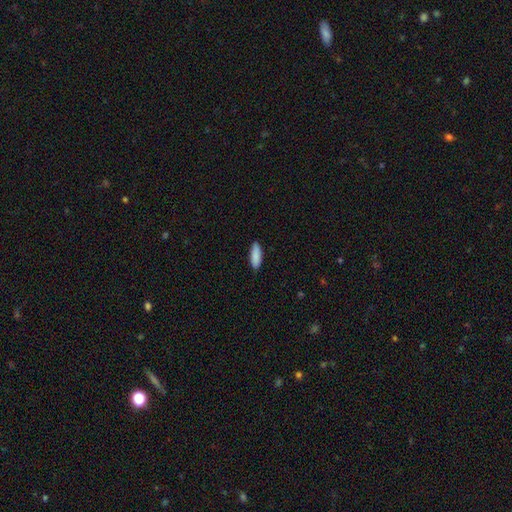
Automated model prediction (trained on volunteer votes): smooth-or-featured: smooth: 90% | star or artifact: 6% | featured or disk: 4%
  how-rounded: in between: 65% | cigar-shaped: 33% | round: 2%
  merging: none: 88% | minor disturbance: 9% | major disturbance: 2% | merger: 1%